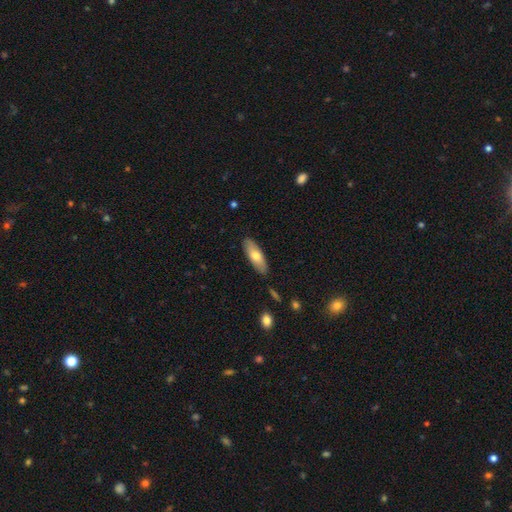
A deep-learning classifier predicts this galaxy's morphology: smooth-or-featured: smooth: 68% | featured or disk: 26% | star or artifact: 6%
  how-rounded: in between: 61% | cigar-shaped: 37% | round: 2%
  merging: none: 86% | minor disturbance: 10% | major disturbance: 2% | merger: 2%